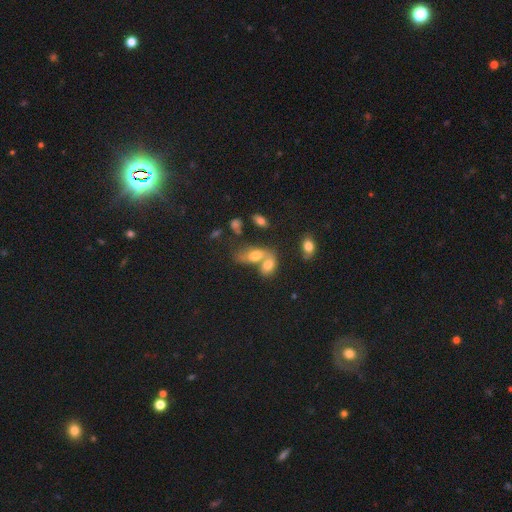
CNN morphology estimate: This appears to be a smooth galaxy with no disk features (64%) that is in between round and cigar-shaped (84%). Merging: merger (67%).